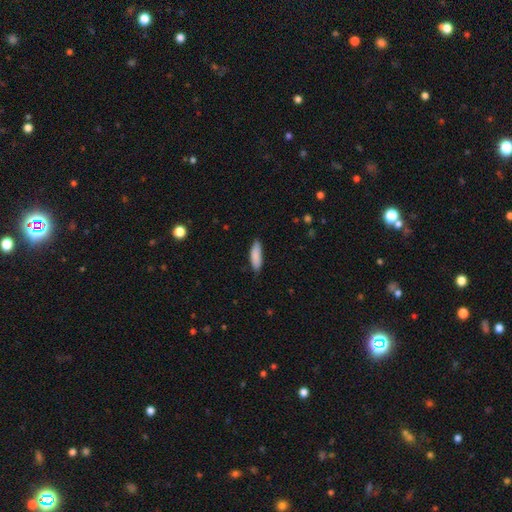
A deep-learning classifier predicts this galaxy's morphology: Smooth or featured? Predicted: smooth (p=0.88). How rounded? Predicted: in between (p=0.51). Merging? Predicted: none (p=0.82).